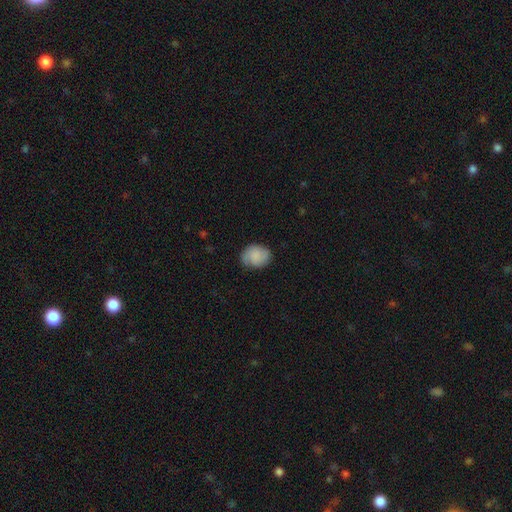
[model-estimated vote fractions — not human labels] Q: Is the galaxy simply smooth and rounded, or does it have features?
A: smooth — 72%.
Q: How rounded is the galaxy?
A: round — 52%.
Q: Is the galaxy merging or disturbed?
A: none — 72%.